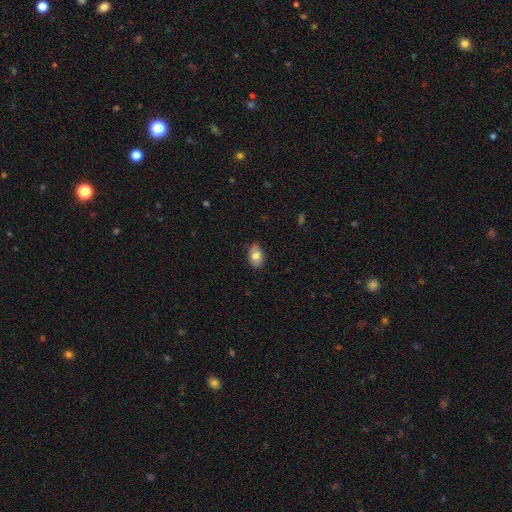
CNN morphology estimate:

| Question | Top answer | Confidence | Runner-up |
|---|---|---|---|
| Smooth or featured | smooth | 75% | featured or disk (17%) |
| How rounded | in between | 84% | round (15%) |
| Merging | none | 79% | minor disturbance (17%) |